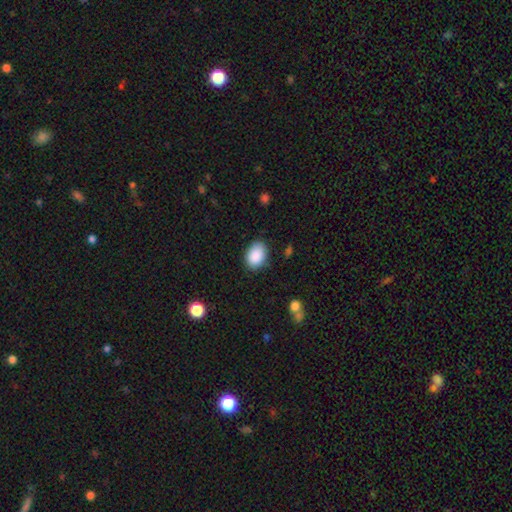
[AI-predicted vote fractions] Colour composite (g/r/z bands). It shows a smooth galaxy with no disk features (89%) that is in between round and cigar-shaped (81%). Merging: none (81%).